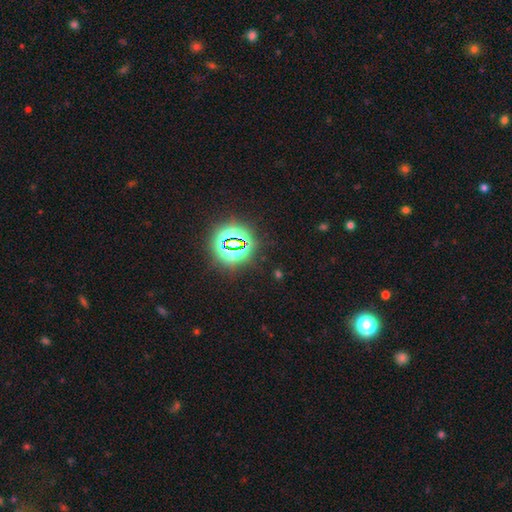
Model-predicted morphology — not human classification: smooth_or_featured: star or artifact (p=0.81) [alt: smooth p=0.12]